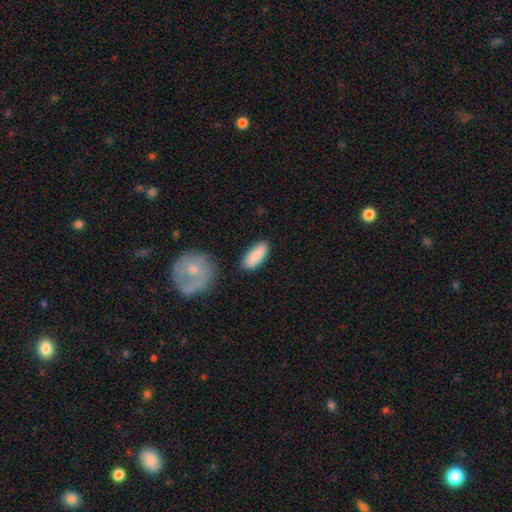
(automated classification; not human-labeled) This appears to be a smooth galaxy with no disk features (86%) that is in between round and cigar-shaped (78%). Merging: none (80%).